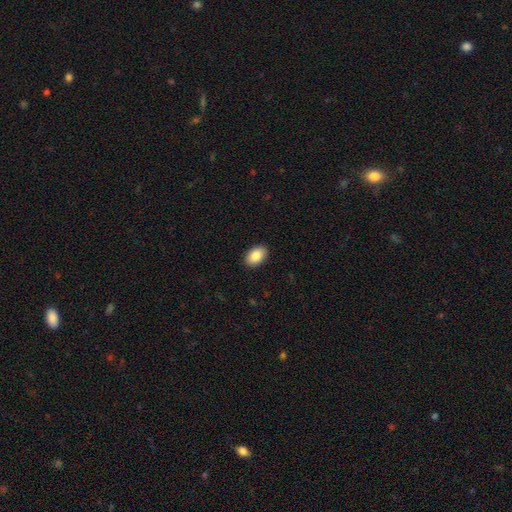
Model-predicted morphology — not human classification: This is clearly a smooth galaxy (88%). How rounded: clearly in between (90%). Merging: clearly none (90%).